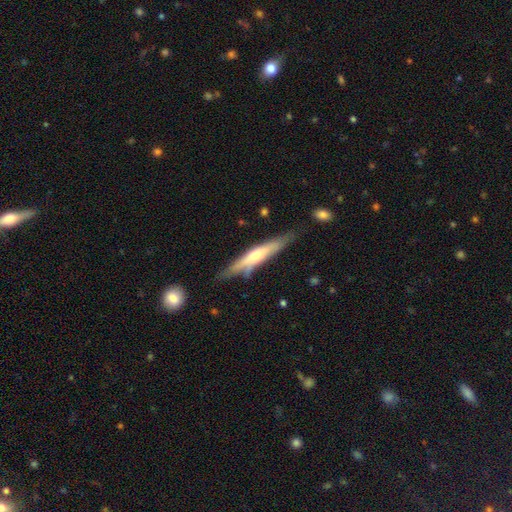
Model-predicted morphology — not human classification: A featured or disk galaxy (61%) viewed edge-on (90%) with a rounded central bulge (77%). Merging: none (73%).